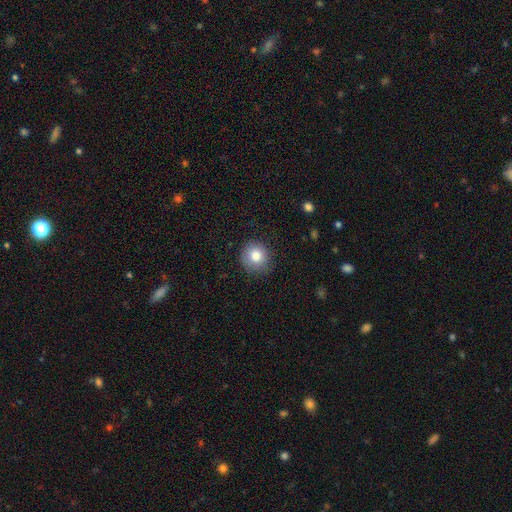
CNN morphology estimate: A smooth galaxy with no disk features (82%) that is round (89%).

Vote fractions:
- Smooth or featured? smooth: 82% / star or artifact: 9% / featured or disk: 9%
- How rounded? round: 89% / in between: 10% / cigar-shaped: 1%
- Merging? none: 82% / minor disturbance: 13% / major disturbance: 4% / merger: 1%